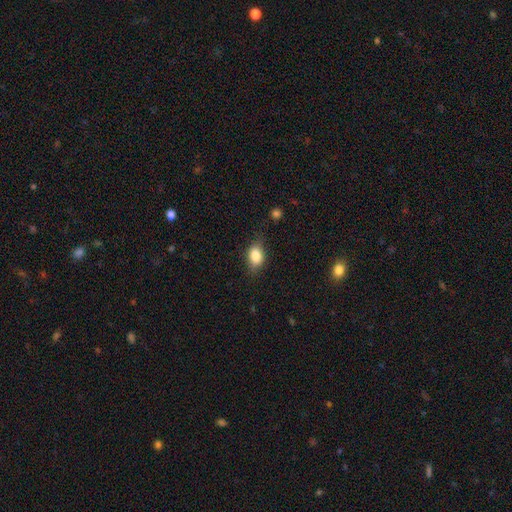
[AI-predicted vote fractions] This appears to be a smooth galaxy with no disk features (82%) that is in between round and cigar-shaped (78%). Merging: none (70%).